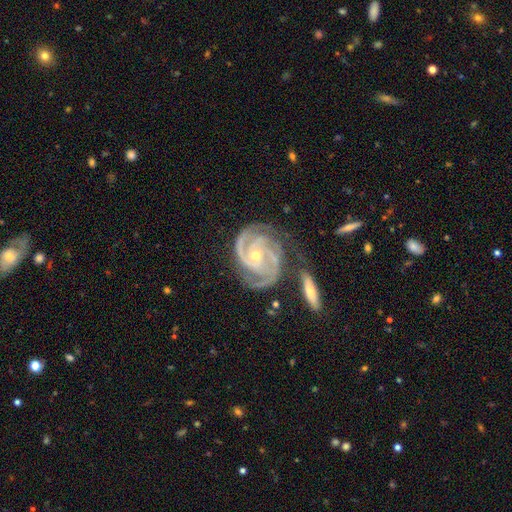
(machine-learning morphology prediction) Smooth or featured? Predicted: featured or disk (p=0.93). Edge-on disk? Predicted: no (p=0.98). Bar? Predicted: no (p=0.57). Spiral arms? Predicted: yes (p=0.99). Spiral winding? Predicted: tight (p=0.66). Spiral arm count? Predicted: 3 (p=0.50). Bulge size? Predicted: small (p=0.63). Merging? Predicted: none (p=0.64).